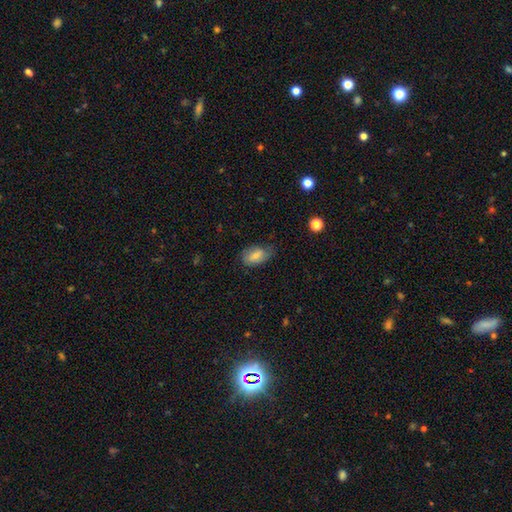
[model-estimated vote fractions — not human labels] Smooth or featured? smooth (67%)
How rounded? in between (90%)
Merging? none (60%)